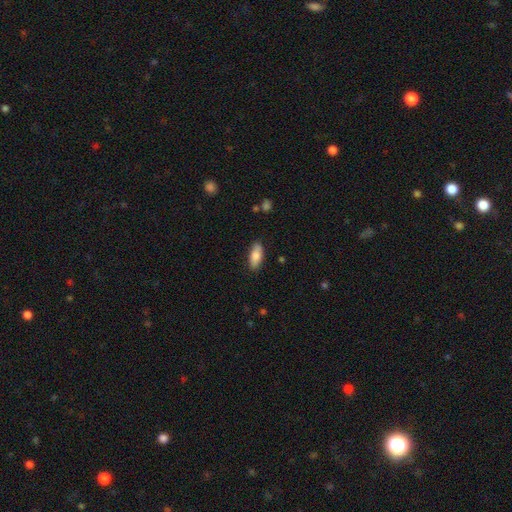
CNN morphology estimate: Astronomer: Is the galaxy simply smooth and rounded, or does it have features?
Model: smooth — 82%.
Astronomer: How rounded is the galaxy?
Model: in between — 79%.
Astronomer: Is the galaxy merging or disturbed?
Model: none — 86%.